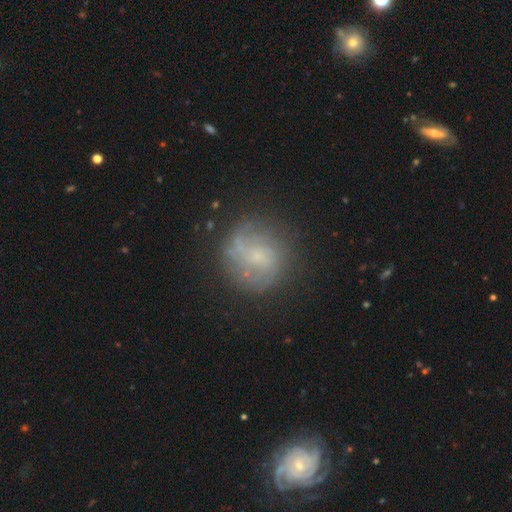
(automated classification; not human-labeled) The model was most divided on "smooth or featured": featured or disk: 56%, smooth: 33%, star or artifact: 11%. More confident: edge-on disk — no (97%); spiral arms — yes (75%); merging — none (73%); bar — no (60%); bulge size — small (56%).